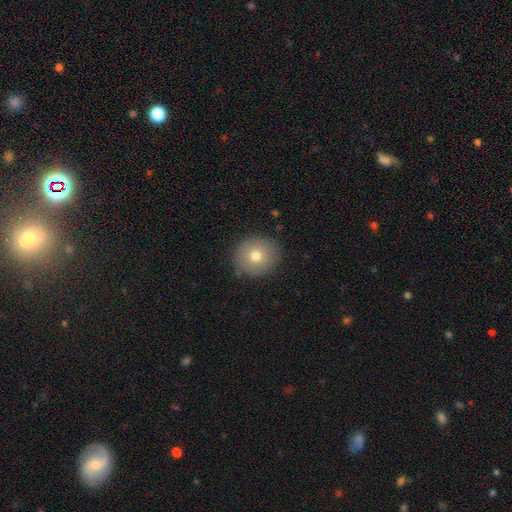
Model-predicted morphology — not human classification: type=smooth (73%); roundness=round (86%); merging=none (87%).